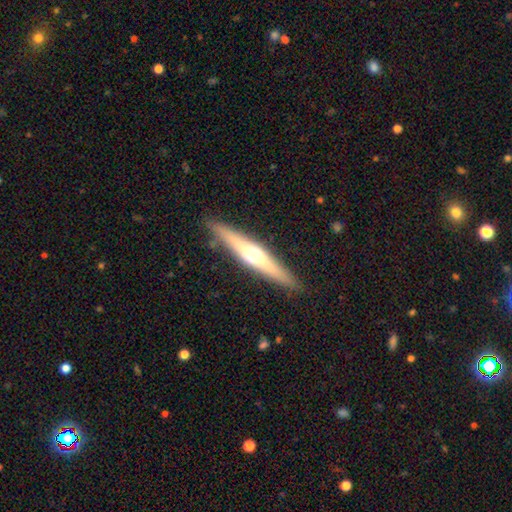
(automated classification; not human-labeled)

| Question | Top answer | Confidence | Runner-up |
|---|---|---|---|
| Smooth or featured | featured or disk | 64% | smooth (31%) |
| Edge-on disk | yes | 96% | no (4%) |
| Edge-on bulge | rounded | 89% | none (6%) |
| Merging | none | 89% | minor disturbance (8%) |